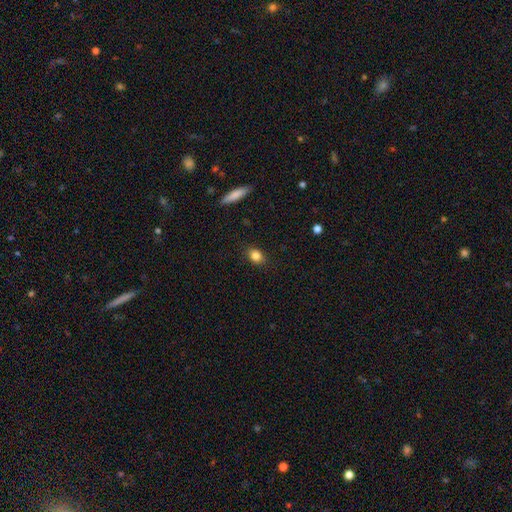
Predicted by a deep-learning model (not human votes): This appears to be a smooth galaxy with no disk features (84%) that is in between round and cigar-shaped (63%). Merging: none (88%).